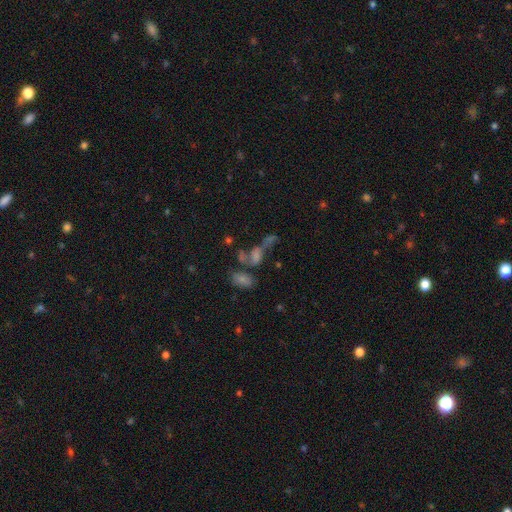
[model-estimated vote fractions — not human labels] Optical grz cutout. It shows a smooth galaxy with no disk features (36%). Merging: merger (39%).